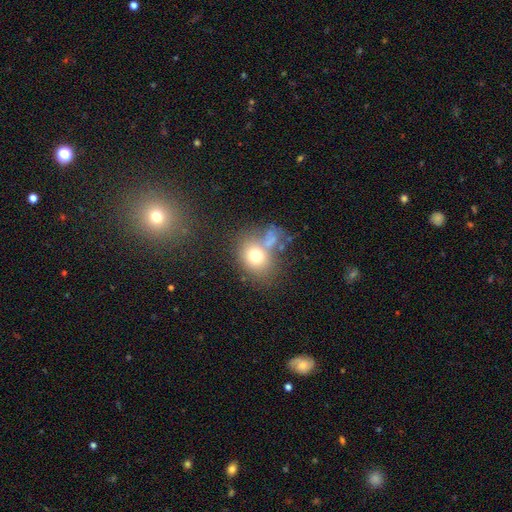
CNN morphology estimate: Q: Smooth or featured?
A: smooth (72%); runner-up: featured or disk (16%)
Q: How rounded?
A: round (53%); runner-up: in between (45%)
Q: Merging?
A: none (44%); runner-up: merger (29%)